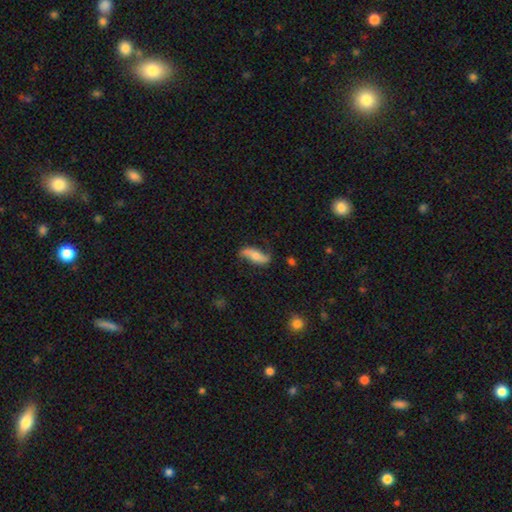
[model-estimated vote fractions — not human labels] A featured or disk galaxy (60%).

Vote fractions:
- Smooth or featured? featured or disk: 60% / smooth: 33% / star or artifact: 7%
- Edge-on disk? no: 79% / yes: 21%
- Merging? none: 72% / minor disturbance: 19% / major disturbance: 6% / merger: 2%